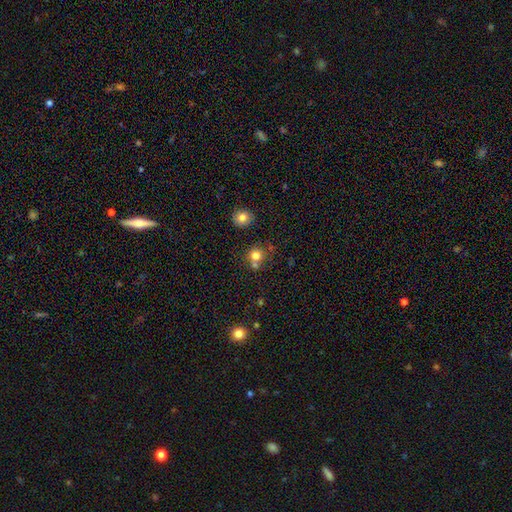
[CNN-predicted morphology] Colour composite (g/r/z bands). It shows a smooth galaxy with no disk features (76%) that is round (87%). Merging: none (61%).